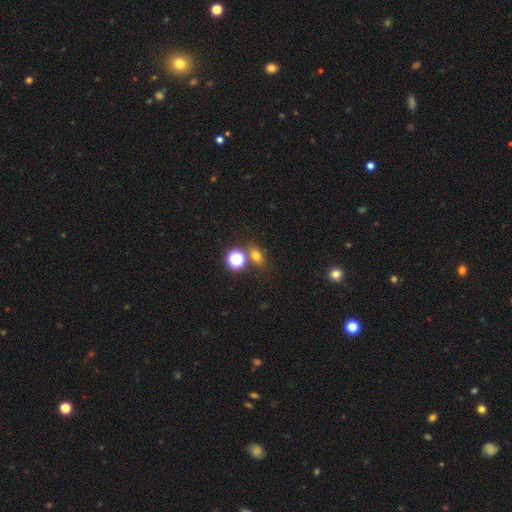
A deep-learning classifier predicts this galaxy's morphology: smooth 66%, star or artifact 25%, featured or disk 9%. Down the decision tree: how rounded — in between (53%); merging — none (71%).